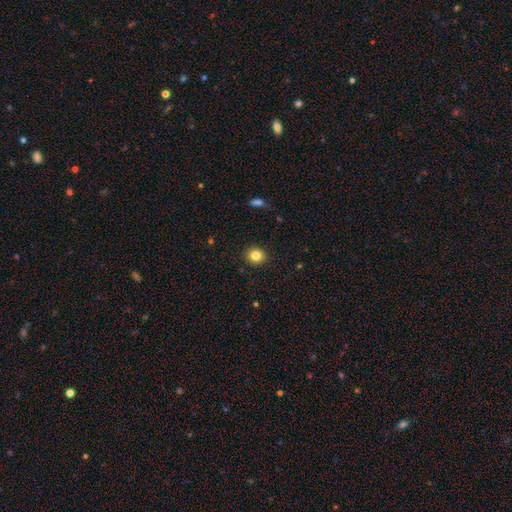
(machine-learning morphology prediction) Overall: smooth (83%). How rounded: round (81%). Merging: none (90%).